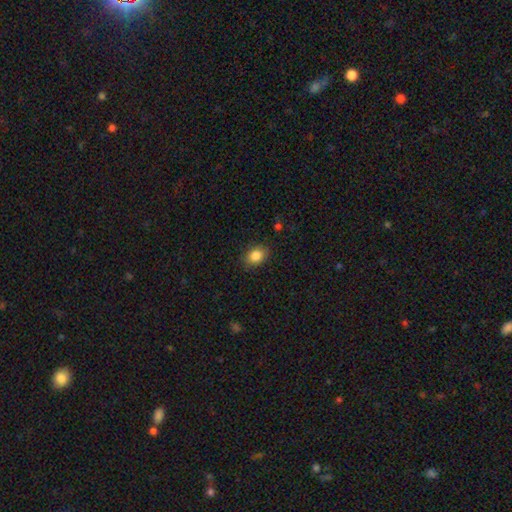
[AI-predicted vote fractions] This is clearly a smooth galaxy (85%). How rounded: likely in between (64%). Merging: clearly none (84%).